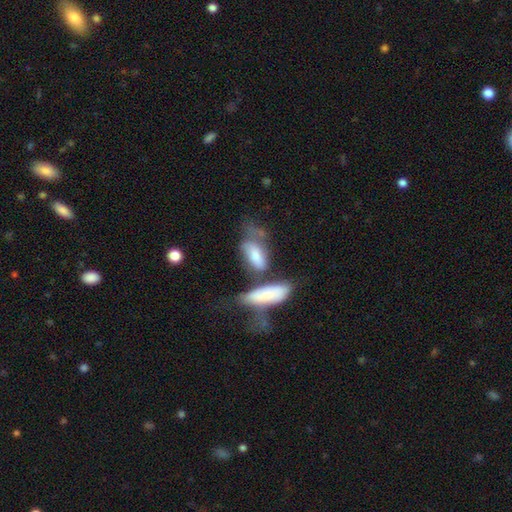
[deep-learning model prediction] Morphology: type=smooth (68%); roundness=in between (79%); merging=merger (39%).